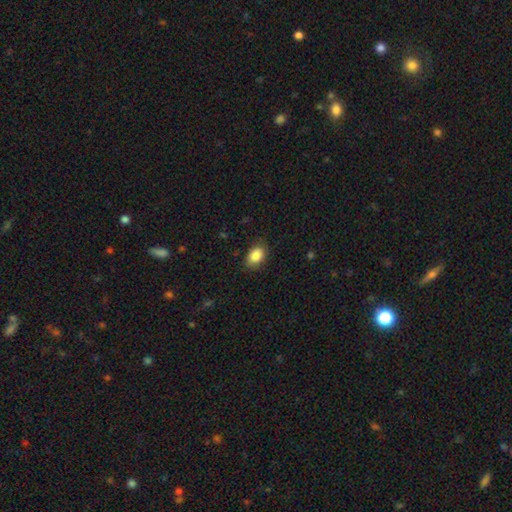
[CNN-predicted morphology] smooth-or-featured: smooth: 87% | star or artifact: 8% | featured or disk: 6%
  how-rounded: in between: 84% | round: 14% | cigar-shaped: 1%
  merging: none: 82% | minor disturbance: 14% | major disturbance: 3% | merger: 1%